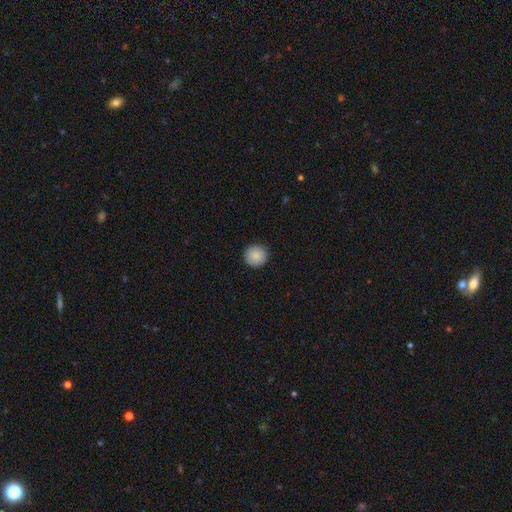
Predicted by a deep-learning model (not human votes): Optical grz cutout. It shows a smooth galaxy with no disk features (87%) that is round (95%). Merging: none (92%).